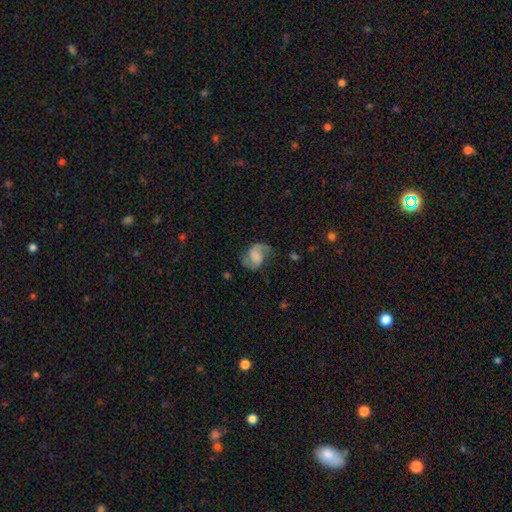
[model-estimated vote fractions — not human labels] Smooth or featured: featured or disk — 73% (smooth — 19%)
Edge-on disk: no — 98% (yes — 2%)
Bar: no — 47% (weak — 40%)
Spiral arms: yes — 93% (no — 7%)
Spiral winding: loose — 51% (medium — 39%)
Spiral arm count: 2 — 85% (1 — 8%)
Bulge size: none — 55% (large — 16%)
Merging: none — 60% (minor disturbance — 21%)